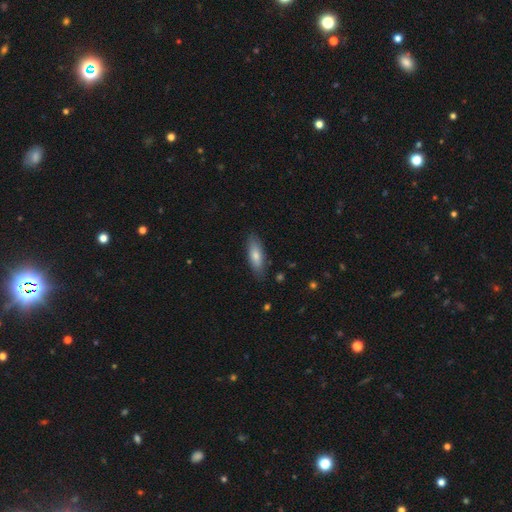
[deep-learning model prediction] A smooth galaxy with no disk features (77%) that is in between round and cigar-shaped (62%).

Vote fractions:
- Smooth or featured? smooth: 77% / featured or disk: 17% / star or artifact: 6%
- How rounded? in between: 62% / cigar-shaped: 36% / round: 2%
- Merging? none: 83% / minor disturbance: 13% / major disturbance: 3% / merger: 1%